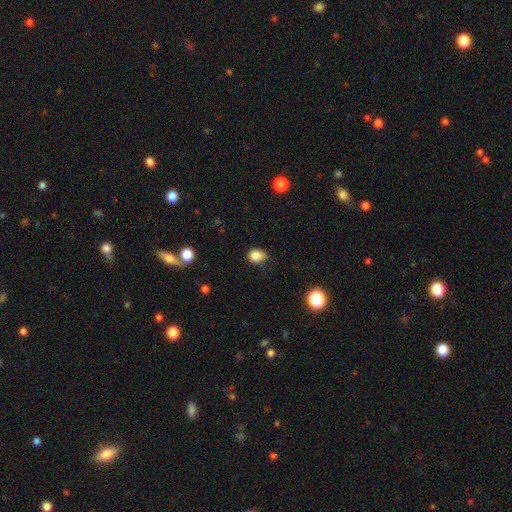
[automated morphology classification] This is clearly a smooth galaxy (84%). How rounded: possibly round (55%). Merging: likely none (61%).